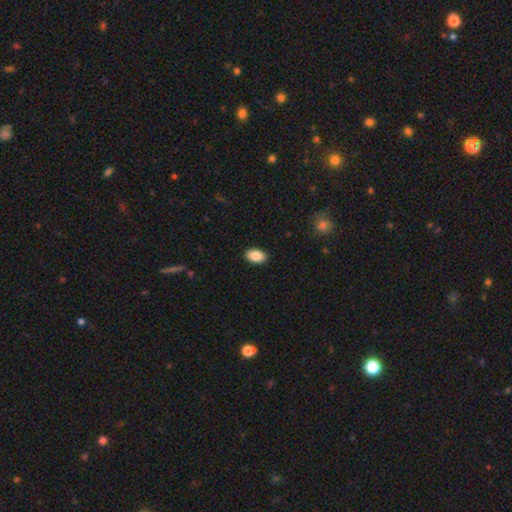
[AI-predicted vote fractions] Overall: smooth (88%). How rounded: in between (93%). Merging: none (90%).